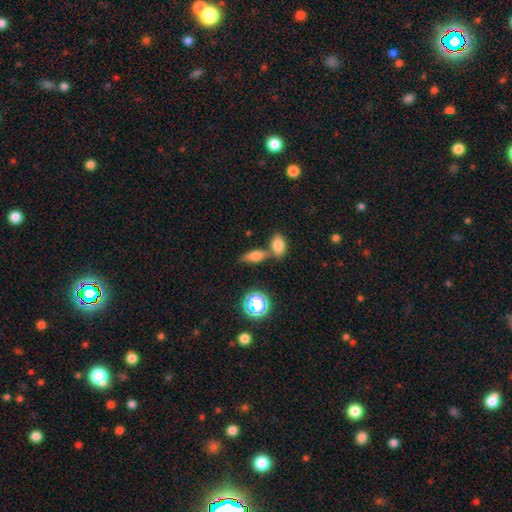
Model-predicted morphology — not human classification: This appears to be a smooth galaxy with no disk features (67%) that is in between round and cigar-shaped (68%). Merging: none (54%).